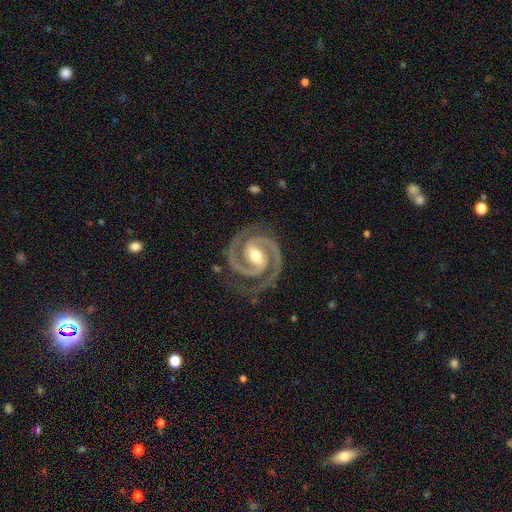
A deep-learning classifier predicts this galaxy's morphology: The model was most divided on "bar": strong: 46%, weak: 37%, no: 17%. More confident: spiral arms — yes (99%); edge-on disk — no (98%); smooth or featured — featured or disk (94%); spiral arm count — 2 (94%); merging — none (84%); bulge size — moderate (74%); spiral winding — tight (62%).